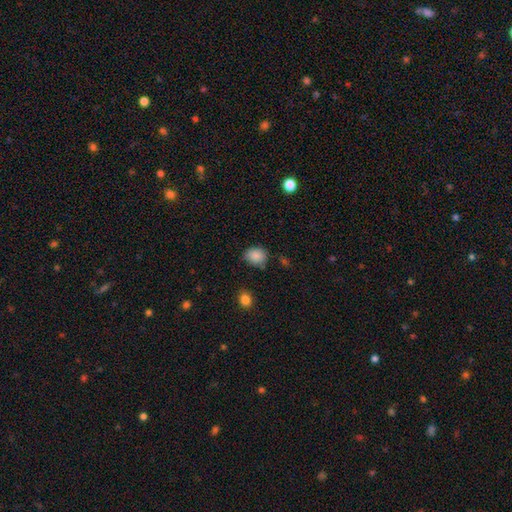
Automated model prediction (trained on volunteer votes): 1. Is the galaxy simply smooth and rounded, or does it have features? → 87% smooth, 9% star or artifact, 4% featured or disk.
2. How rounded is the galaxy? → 60% round, 39% in between, 1% cigar-shaped.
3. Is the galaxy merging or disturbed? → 72% none, 21% minor disturbance, 4% major disturbance, 3% merger.